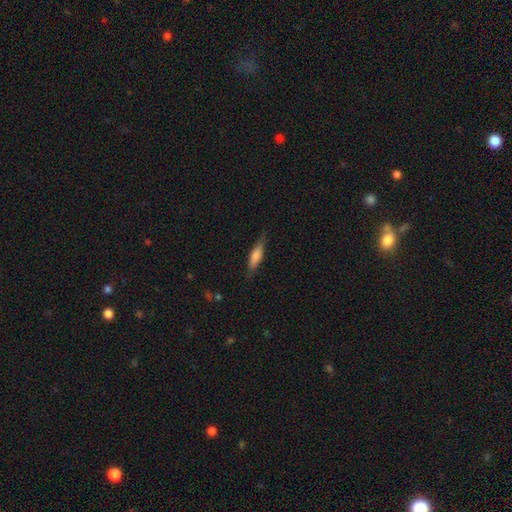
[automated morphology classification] Smooth or featured? Predicted: smooth (p=0.69). How rounded? Predicted: cigar-shaped (p=0.62). Merging? Predicted: none (p=0.77).